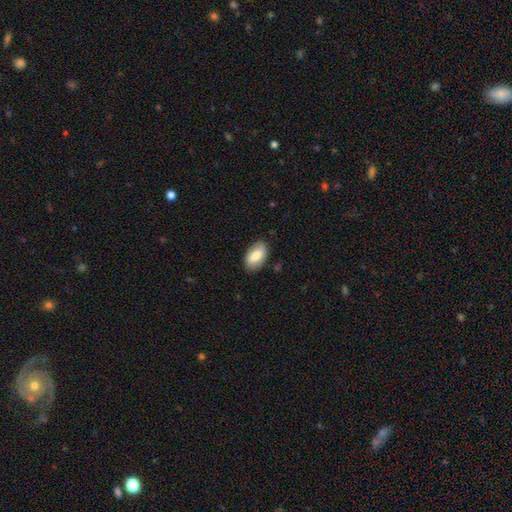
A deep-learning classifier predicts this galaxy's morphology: A smooth galaxy with no disk features (76%) that is in between round and cigar-shaped (93%).

Vote fractions:
- Smooth or featured? smooth: 76% / featured or disk: 17% / star or artifact: 6%
- How rounded? in between: 93% / round: 4% / cigar-shaped: 2%
- Merging? none: 84% / minor disturbance: 12% / major disturbance: 3% / merger: 1%